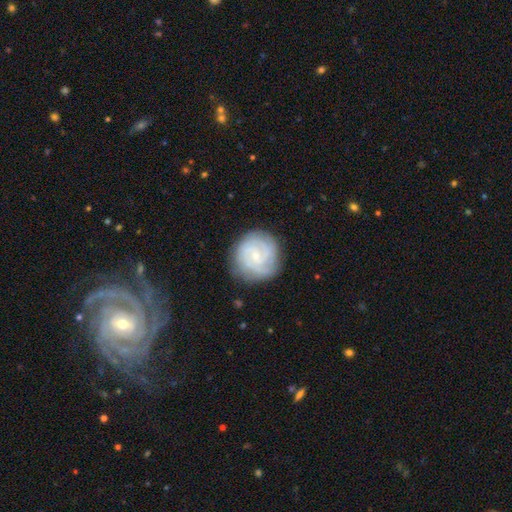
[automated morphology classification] Smooth or featured? featured or disk (75%)
Edge-on disk? no (98%)
Bar? no (55%)
Spiral arms? yes (94%)
Spiral winding? tight (64%)
Spiral arm count? can't tell (28%, tied with 3)
Bulge size? small (78%)
Merging? none (81%)